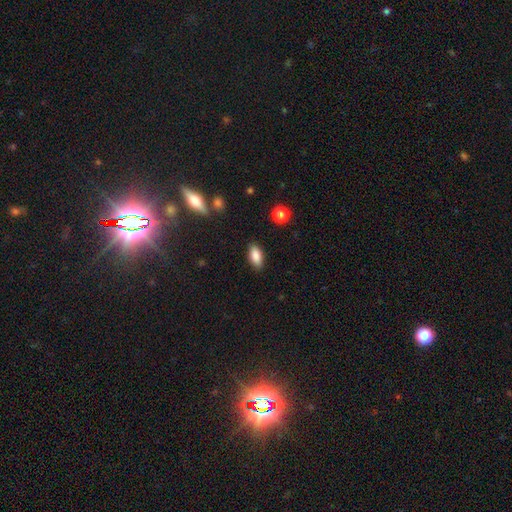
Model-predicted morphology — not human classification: type=smooth (86%); roundness=in between (88%); merging=none (86%).